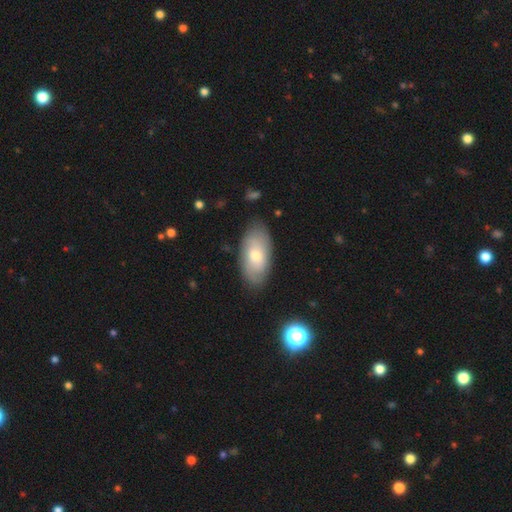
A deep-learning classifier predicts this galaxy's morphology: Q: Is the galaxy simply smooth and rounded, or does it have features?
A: smooth — 59%.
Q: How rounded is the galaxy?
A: in between — 92%.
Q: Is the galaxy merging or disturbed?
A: none — 82%.